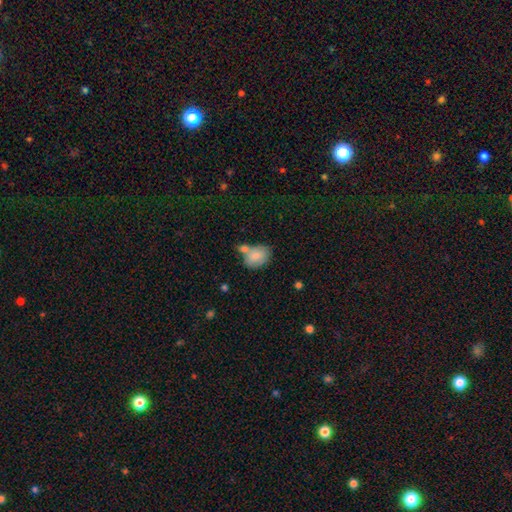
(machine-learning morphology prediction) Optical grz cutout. It shows a smooth galaxy with no disk features (81%) that is in between round and cigar-shaped (66%). Merging: none (43%).